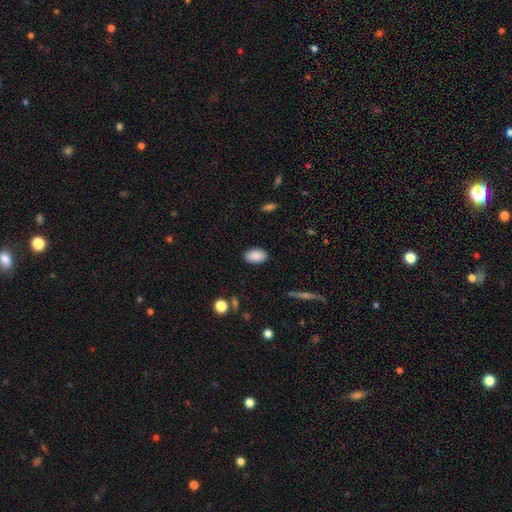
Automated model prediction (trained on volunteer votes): Morphology: type=smooth (88%); roundness=in between (93%); merging=none (88%).